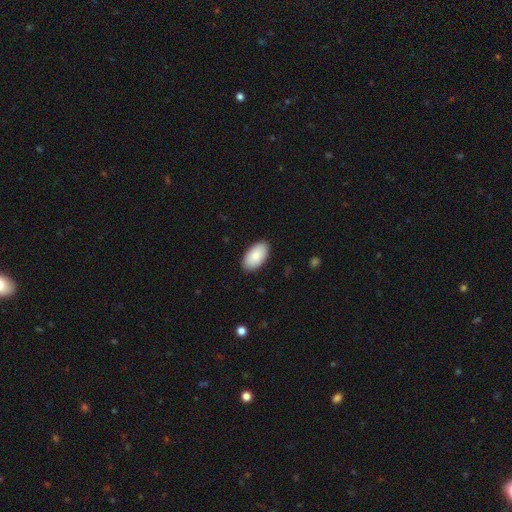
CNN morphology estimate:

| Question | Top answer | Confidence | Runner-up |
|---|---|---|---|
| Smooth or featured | smooth | 87% | featured or disk (7%) |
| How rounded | in between | 96% | round (3%) |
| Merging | none | 89% | minor disturbance (9%) |